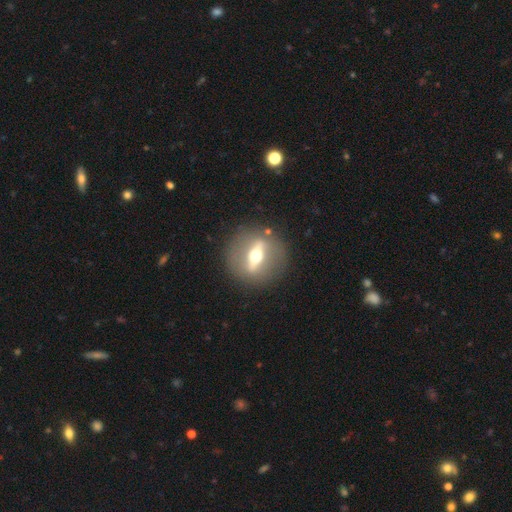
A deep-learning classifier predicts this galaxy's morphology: Smooth or featured? Predicted: featured or disk (p=0.73). Edge-on disk? Predicted: yes (p=0.55). Merging? Predicted: none (p=0.86).